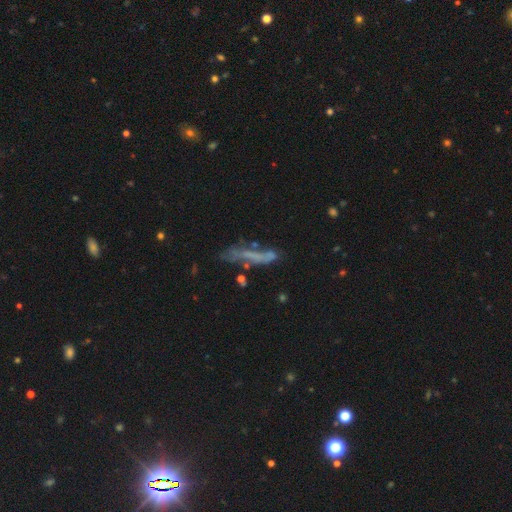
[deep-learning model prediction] Smooth or featured? featured or disk (45%)
Merging? none (51%)